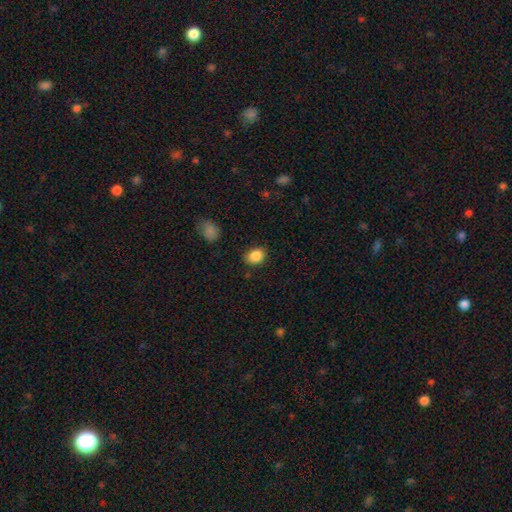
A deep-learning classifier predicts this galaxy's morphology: smooth-or-featured: smooth: 87% | star or artifact: 9% | featured or disk: 4%
  how-rounded: in between: 51% | round: 48% | cigar-shaped: 1%
  merging: none: 82% | minor disturbance: 13% | major disturbance: 3% | merger: 2%